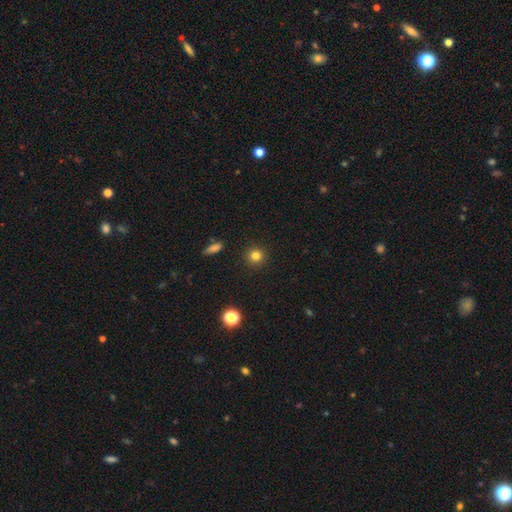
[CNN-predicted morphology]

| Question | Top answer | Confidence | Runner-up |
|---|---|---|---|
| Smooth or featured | smooth | 81% | star or artifact (13%) |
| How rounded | round | 93% | in between (6%) |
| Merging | none | 92% | minor disturbance (5%) |